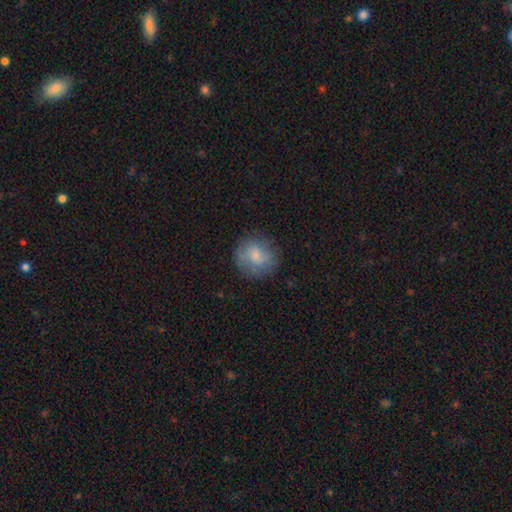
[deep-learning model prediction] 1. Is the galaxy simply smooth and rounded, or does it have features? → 70% smooth, 22% featured or disk, 8% star or artifact.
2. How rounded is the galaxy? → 86% round, 13% in between, 1% cigar-shaped.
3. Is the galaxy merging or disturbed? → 77% none, 16% minor disturbance, 6% major disturbance, 1% merger.